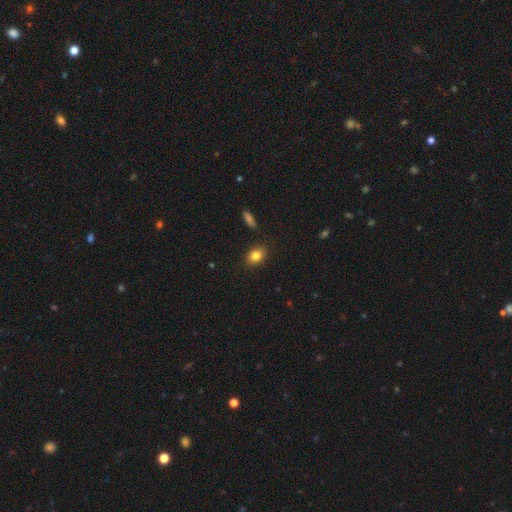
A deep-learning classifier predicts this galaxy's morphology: The model was most divided on "how rounded": in between: 64%, round: 34%, cigar-shaped: 2%. More confident: merging — none (86%); smooth or featured — smooth (82%).